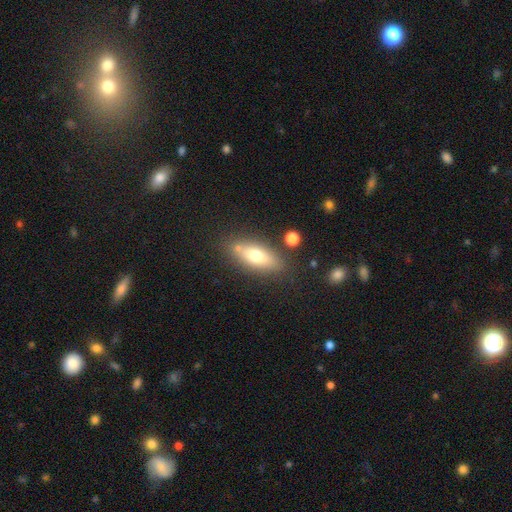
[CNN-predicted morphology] This appears to be a smooth galaxy with no disk features (66%) that is in between round and cigar-shaped (70%). Merging: none (76%).